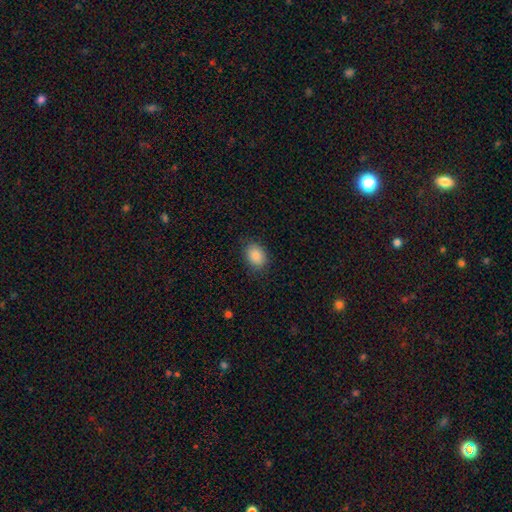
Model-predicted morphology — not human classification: smooth_or_featured: smooth (p=0.87) [alt: star or artifact p=0.08]
how_rounded: in between (p=0.67) [alt: round p=0.32]
merging: none (p=0.83) [alt: minor disturbance p=0.13]